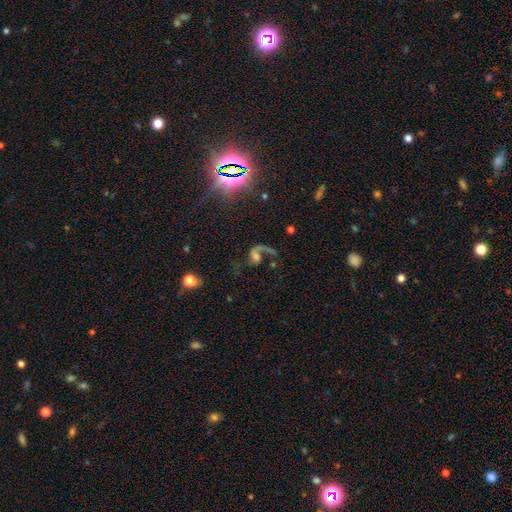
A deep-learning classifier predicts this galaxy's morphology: Smooth or featured: featured or disk — 63% (smooth — 22%)
Edge-on disk: no — 97% (yes — 3%)
Bar: no — 62% (weak — 27%)
Spiral arms: yes — 81% (no — 19%)
Bulge size: moderate — 38% (small — 28%)
Merging: major disturbance — 40% (none — 32%)